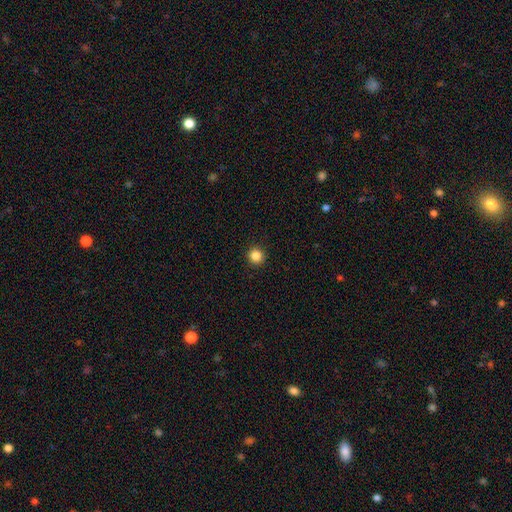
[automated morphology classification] Smooth or featured? smooth (85%)
How rounded? round (95%)
Merging? none (93%)